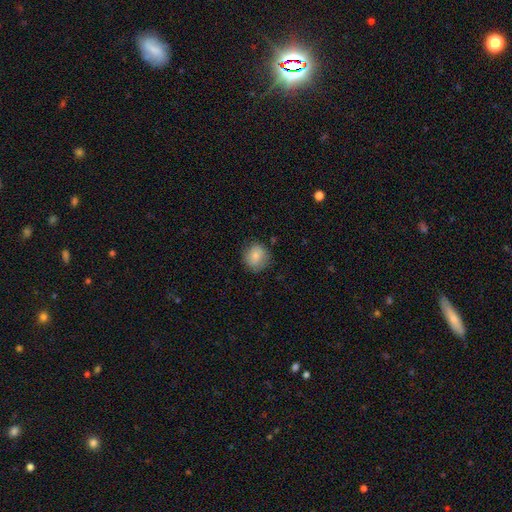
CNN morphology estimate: Smooth or featured: smooth — 78% (featured or disk — 15%)
How rounded: round — 84% (in between — 15%)
Merging: none — 80% (minor disturbance — 15%)